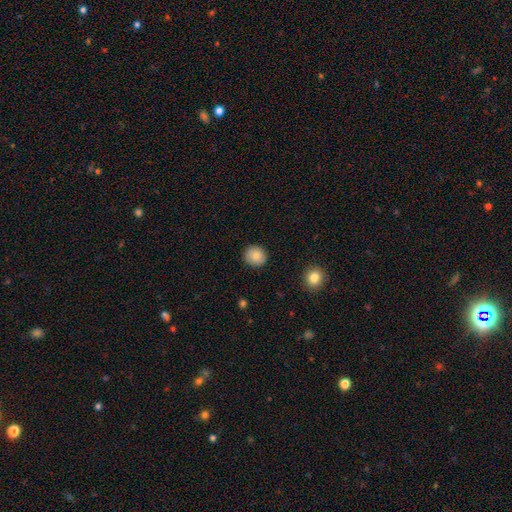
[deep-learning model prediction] The model was most divided on "how rounded": round: 85%, in between: 14%, cigar-shaped: 1%. More confident: merging — none (89%); smooth or featured — smooth (85%).